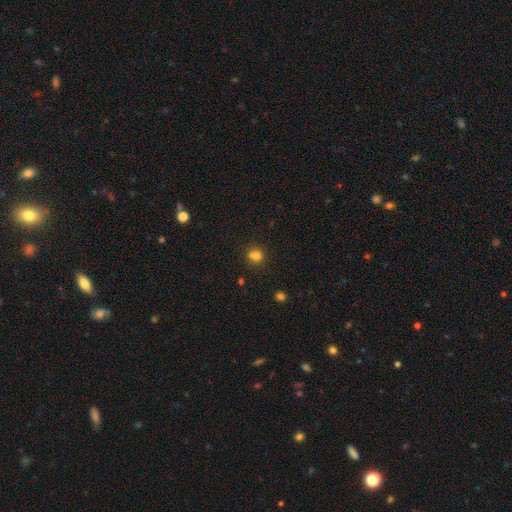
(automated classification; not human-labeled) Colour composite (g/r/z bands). It shows a smooth galaxy with no disk features (74%) that is round (80%). Merging: none (49%).